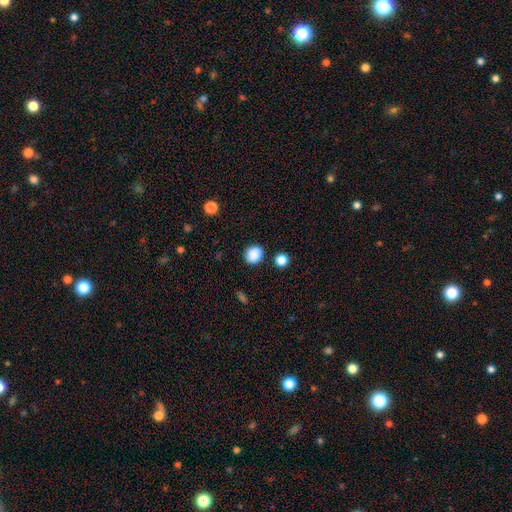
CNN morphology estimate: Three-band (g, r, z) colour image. It shows a smooth galaxy with no disk features (87%) that is round (80%). Merging: none (86%).